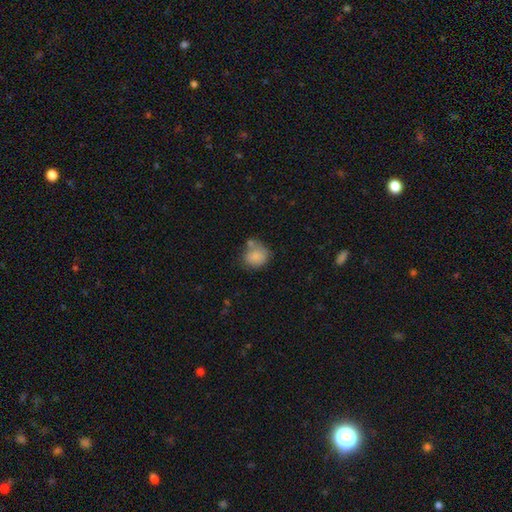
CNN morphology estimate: The model was most divided on "merging": none: 51%, minor disturbance: 21%, merger: 21%, major disturbance: 7%. More confident: smooth or featured — smooth (82%); how rounded — round (71%).